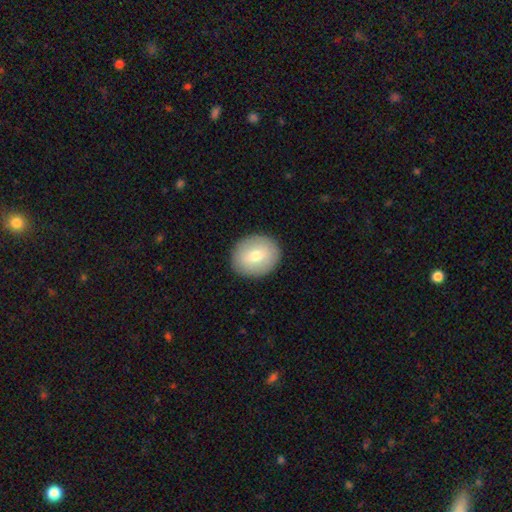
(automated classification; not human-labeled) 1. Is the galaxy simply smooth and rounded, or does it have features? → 72% smooth, 21% featured or disk, 7% star or artifact.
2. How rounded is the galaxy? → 62% round, 37% in between, 1% cigar-shaped.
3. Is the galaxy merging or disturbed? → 89% none, 8% minor disturbance, 2% major disturbance, 1% merger.